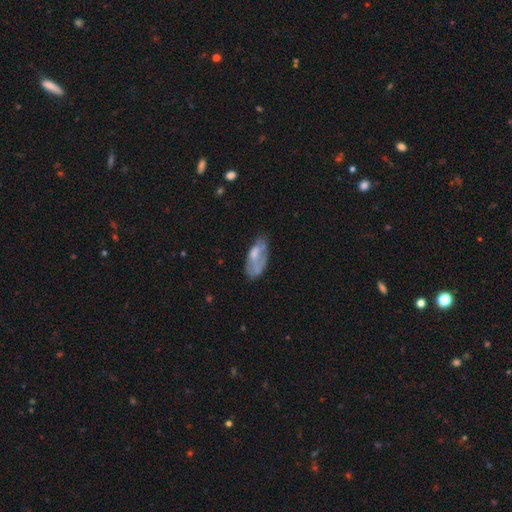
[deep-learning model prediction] Overall: smooth (51%; featured or disk 42%). How rounded: in between (84%). Merging: none (47%; minor disturbance 30%).